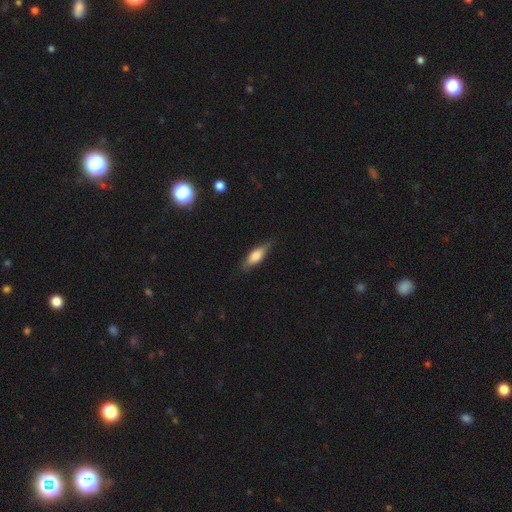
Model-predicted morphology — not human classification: smooth-or-featured: smooth: 72% | featured or disk: 22% | star or artifact: 6%
  how-rounded: in between: 61% | cigar-shaped: 36% | round: 2%
  merging: none: 78% | minor disturbance: 17% | major disturbance: 3% | merger: 1%